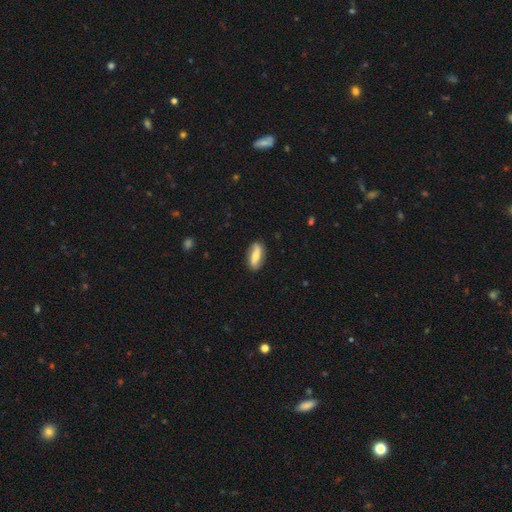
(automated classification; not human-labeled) smooth_or_featured: smooth (p=0.50) [alt: featured or disk p=0.44]
merging: none (p=0.84) [alt: minor disturbance p=0.12]